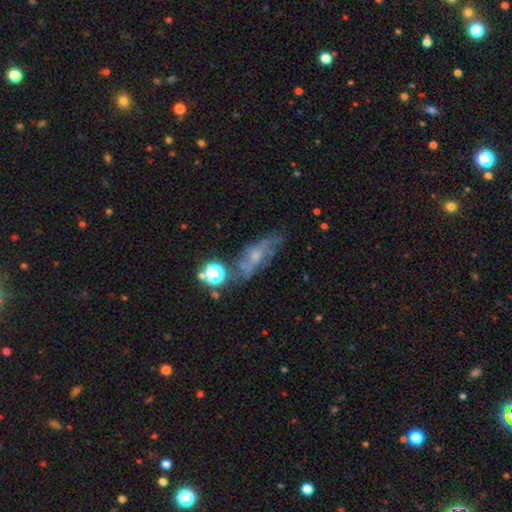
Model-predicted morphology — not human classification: Smooth or featured?
  - featured or disk: 53% *
  - smooth: 31%
  - star or artifact: 17%
Edge-on disk?
  - no: 76% *
  - yes: 24%
Merging?
  - none: 53% *
  - minor disturbance: 23%
  - major disturbance: 15%
  - merger: 9%